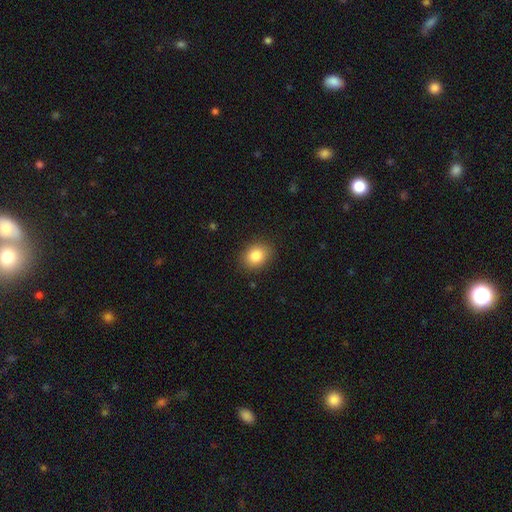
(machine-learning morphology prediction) Smooth or featured? smooth (85%)
How rounded? in between (51%)
Merging? none (86%)